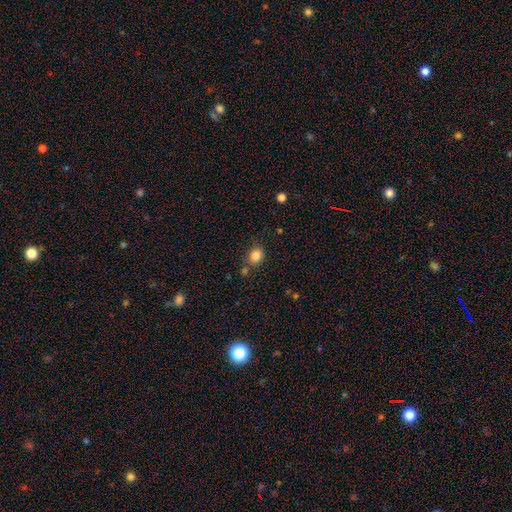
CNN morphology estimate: Smooth or featured? smooth (84%)
How rounded? round (57%)
Merging? none (72%)